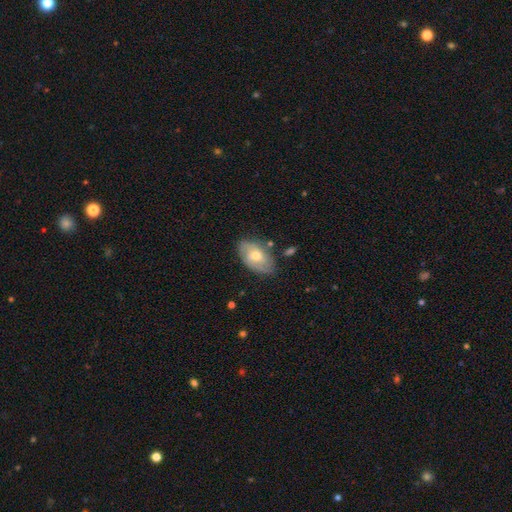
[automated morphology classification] Smooth or featured? smooth (49%)
Merging? none (71%)